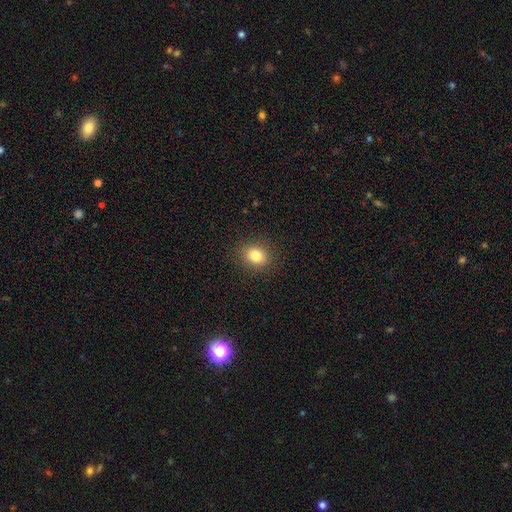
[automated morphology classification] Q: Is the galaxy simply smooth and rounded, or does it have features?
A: smooth — 82%.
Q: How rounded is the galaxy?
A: round — 58%.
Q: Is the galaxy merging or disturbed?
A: none — 89%.